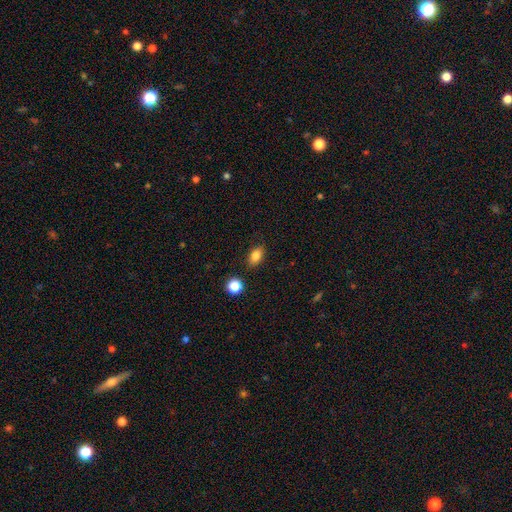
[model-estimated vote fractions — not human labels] Smooth or featured? smooth (84%)
How rounded? in between (82%)
Merging? none (84%)